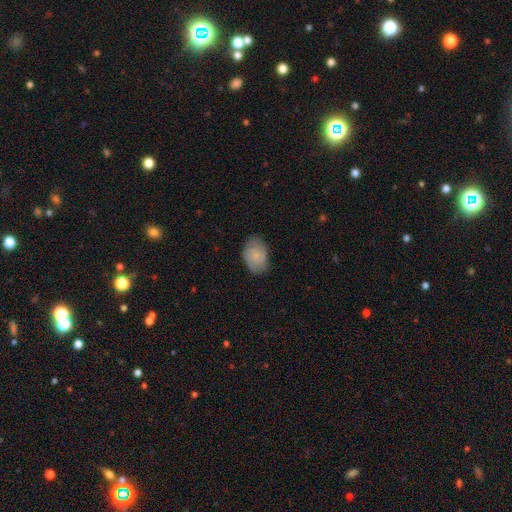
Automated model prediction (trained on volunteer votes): smooth-or-featured: smooth: 54% | featured or disk: 38% | star or artifact: 8%
  how-rounded: in between: 84% | round: 14% | cigar-shaped: 1%
  merging: none: 77% | minor disturbance: 18% | major disturbance: 4% | merger: 1%